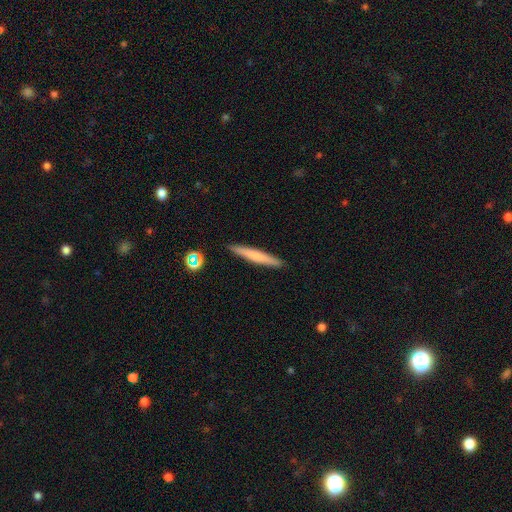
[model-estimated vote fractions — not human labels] A smooth galaxy with no disk features (61%) that is cigar-shaped (96%).

Vote fractions:
- Smooth or featured? smooth: 61% / featured or disk: 33% / star or artifact: 6%
- How rounded? cigar-shaped: 96% / in between: 3% / round: 1%
- Merging? none: 91% / minor disturbance: 6% / major disturbance: 1% / merger: 1%